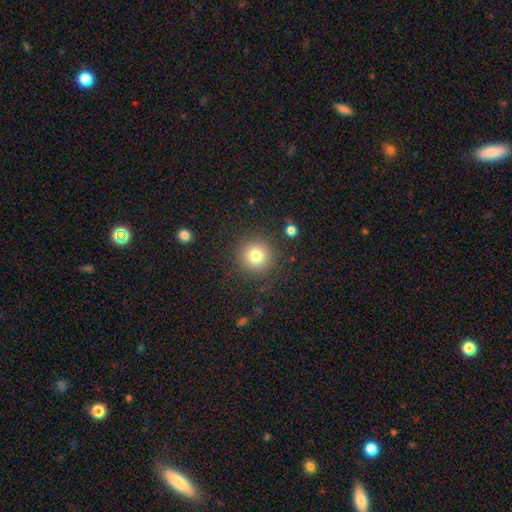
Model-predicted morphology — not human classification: This is likely a smooth galaxy (79%). How rounded: clearly round (94%). Merging: clearly none (88%).